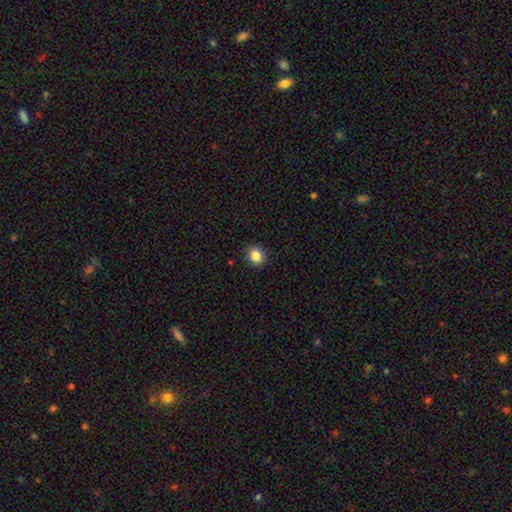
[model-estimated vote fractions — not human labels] Q: Smooth or featured?
A: smooth (85%); runner-up: star or artifact (10%)
Q: How rounded?
A: round (73%); runner-up: in between (26%)
Q: Merging?
A: none (90%); runner-up: minor disturbance (7%)